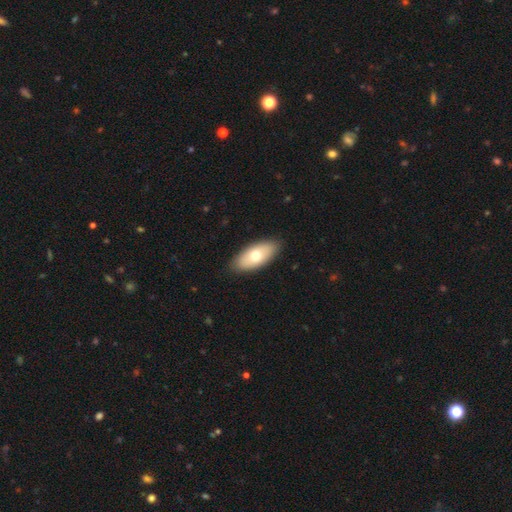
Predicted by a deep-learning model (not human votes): This appears to be a smooth galaxy with no disk features (67%) that is in between round and cigar-shaped (90%). Merging: none (87%).